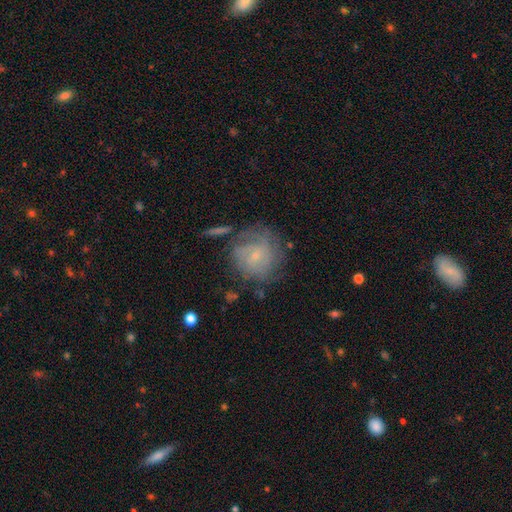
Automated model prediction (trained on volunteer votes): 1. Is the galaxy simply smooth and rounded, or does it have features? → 57% featured or disk, 34% smooth, 9% star or artifact.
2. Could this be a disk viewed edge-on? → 97% no, 3% yes.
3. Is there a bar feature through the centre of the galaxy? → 63% no, 31% weak, 5% strong.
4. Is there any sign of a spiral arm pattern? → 77% yes, 23% no.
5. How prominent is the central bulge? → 79% small, 13% moderate, 6% none, 1% large, 1% dominant.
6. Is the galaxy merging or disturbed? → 60% none, 21% minor disturbance, 13% major disturbance, 6% merger.